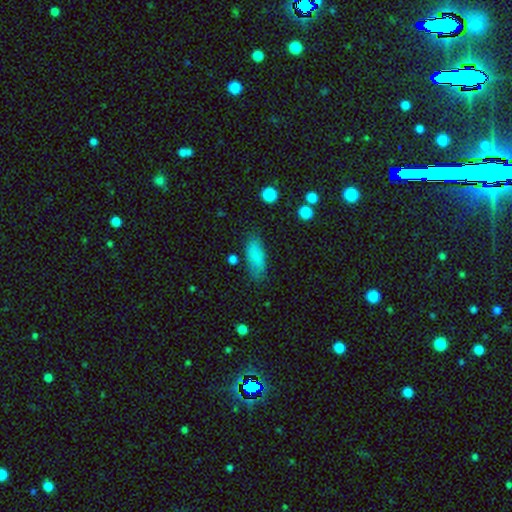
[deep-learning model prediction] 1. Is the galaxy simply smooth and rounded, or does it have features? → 84% smooth, 9% star or artifact, 7% featured or disk.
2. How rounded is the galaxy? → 74% in between, 23% cigar-shaped, 2% round.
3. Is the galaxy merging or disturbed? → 77% none, 16% minor disturbance, 4% major disturbance, 2% merger.